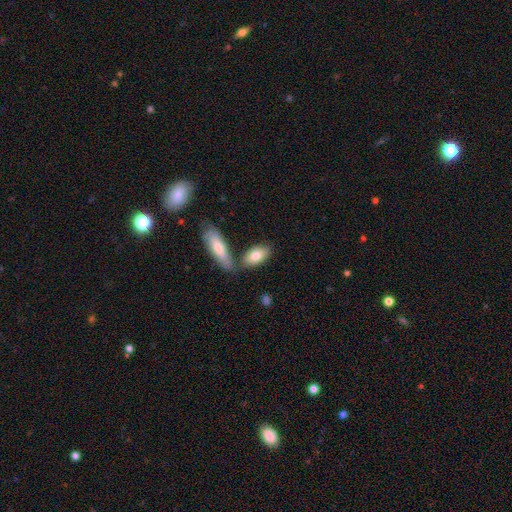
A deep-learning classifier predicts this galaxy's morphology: Smooth or featured?
  - smooth: 79% *
  - featured or disk: 16%
  - star or artifact: 6%
How rounded?
  - in between: 86% *
  - cigar-shaped: 11%
  - round: 3%
Merging?
  - none: 62% *
  - merger: 24%
  - minor disturbance: 12%
  - major disturbance: 3%